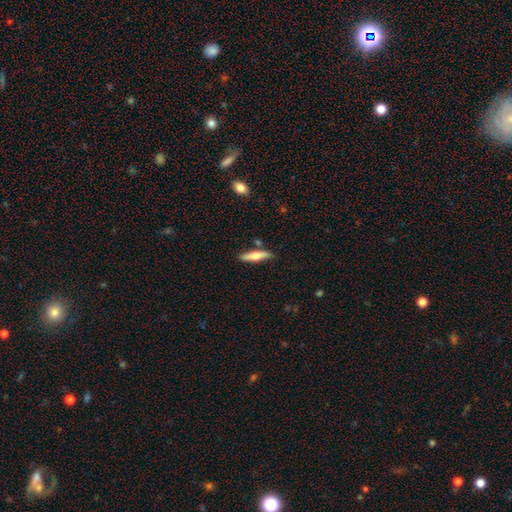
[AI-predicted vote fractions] Q: Smooth or featured?
A: smooth (61%); runner-up: featured or disk (33%)
Q: How rounded?
A: cigar-shaped (80%); runner-up: in between (18%)
Q: Merging?
A: none (81%); runner-up: minor disturbance (12%)